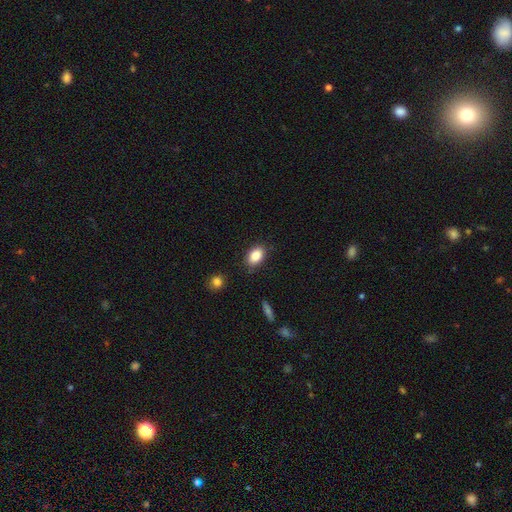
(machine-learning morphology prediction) smooth-or-featured: smooth: 85% | star or artifact: 8% | featured or disk: 6%
  how-rounded: in between: 85% | round: 13% | cigar-shaped: 2%
  merging: none: 82% | minor disturbance: 13% | major disturbance: 3% | merger: 2%